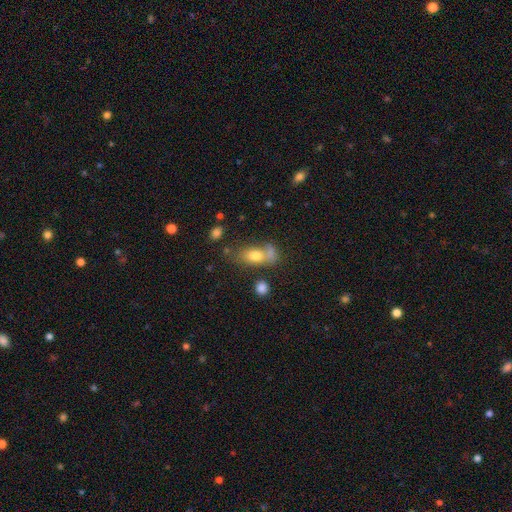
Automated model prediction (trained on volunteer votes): smooth_or_featured: smooth (p=0.73) [alt: featured or disk p=0.17]
how_rounded: in between (p=0.80) [alt: round p=0.14]
merging: none (p=0.43) [alt: merger p=0.31]